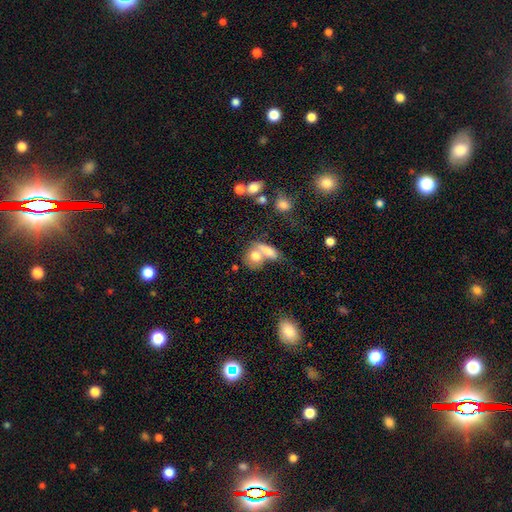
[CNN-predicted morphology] A smooth galaxy with no disk features (71%) that is in between round and cigar-shaped (50%).

Vote fractions:
- Smooth or featured? smooth: 71% / featured or disk: 20% / star or artifact: 9%
- How rounded? in between: 50% / round: 44% / cigar-shaped: 5%
- Merging? merger: 59% / none: 26% / minor disturbance: 9% / major disturbance: 6%